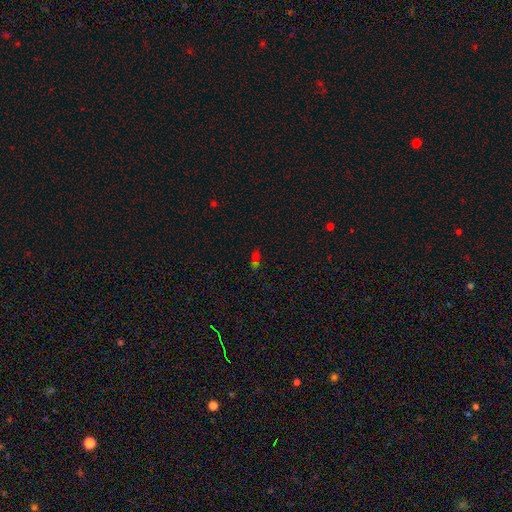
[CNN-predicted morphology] Overall: smooth (50%; star or artifact 37%). How rounded: in between (64%). Merging: none (49%; merger 30%).